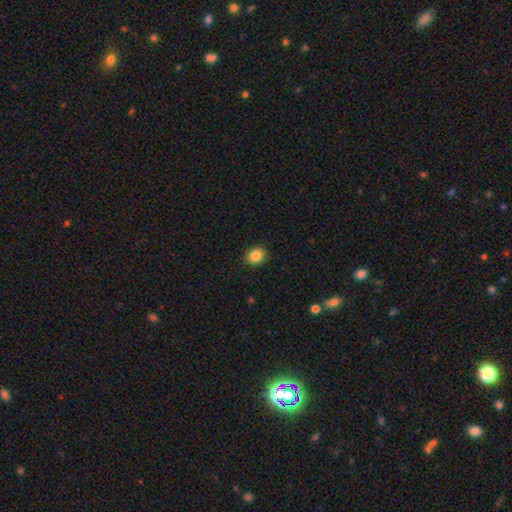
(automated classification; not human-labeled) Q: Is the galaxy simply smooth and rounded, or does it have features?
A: smooth — 85%.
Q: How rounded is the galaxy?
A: round — 59%.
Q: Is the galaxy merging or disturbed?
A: none — 88%.